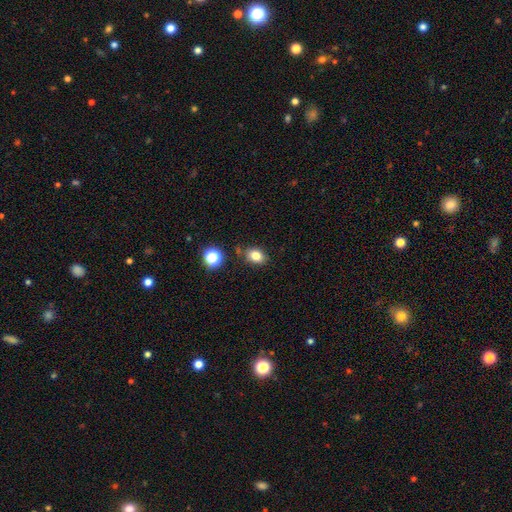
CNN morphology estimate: Smooth or featured: smooth — 80% (star or artifact — 13%)
How rounded: in between — 67% (round — 32%)
Merging: none — 78% (minor disturbance — 13%)